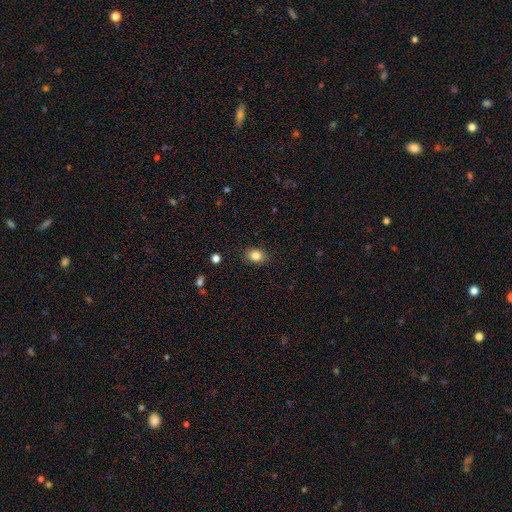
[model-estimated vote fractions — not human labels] This appears to be a smooth galaxy with no disk features (84%) that is in between round and cigar-shaped (73%). Merging: none (86%).